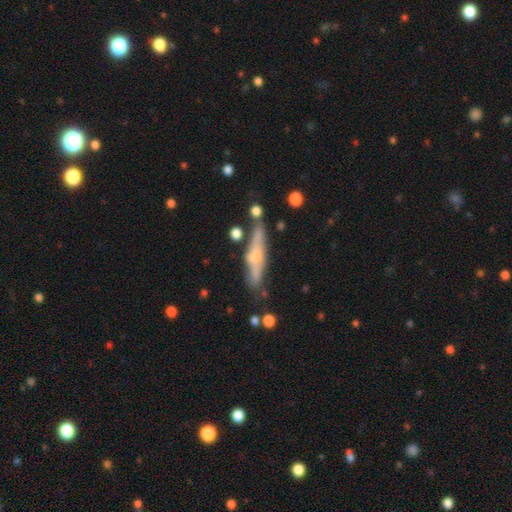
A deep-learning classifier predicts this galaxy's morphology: A featured or disk galaxy (57%) viewed edge-on (79%).

Vote fractions:
- Smooth or featured? featured or disk: 57% / smooth: 36% / star or artifact: 7%
- Edge-on disk? yes: 79% / no: 21%
- Merging? none: 68% / minor disturbance: 19% / merger: 7% / major disturbance: 5%